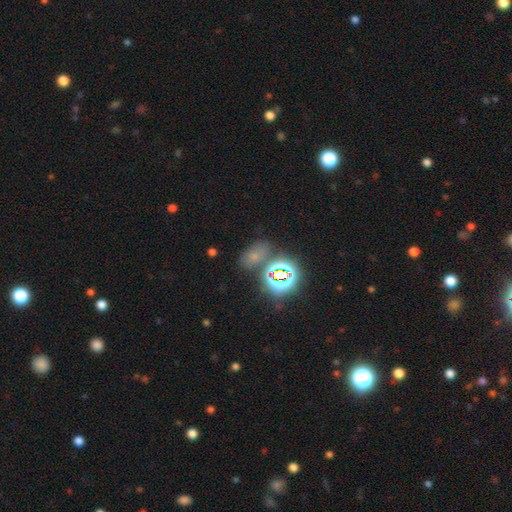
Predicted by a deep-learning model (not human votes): smooth_or_featured: smooth (p=0.46) [alt: star or artifact p=0.43]
merging: none (p=0.68) [alt: minor disturbance p=0.14]